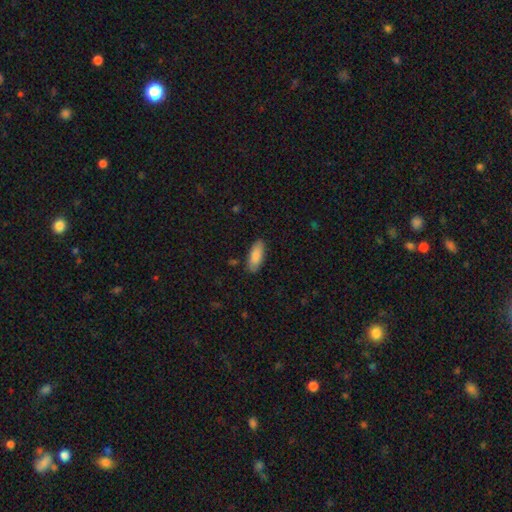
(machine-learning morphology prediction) Overall: smooth (86%). How rounded: in between (80%). Merging: none (85%).